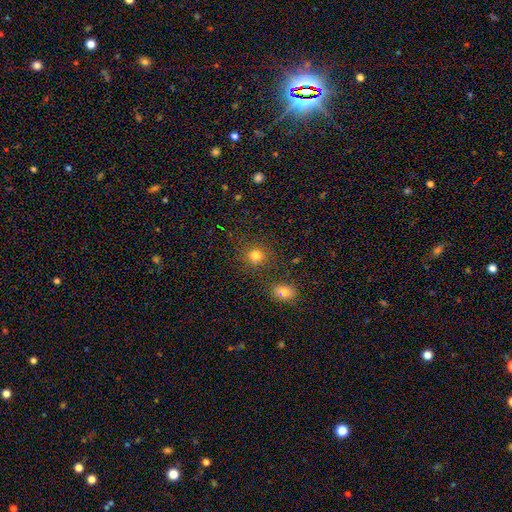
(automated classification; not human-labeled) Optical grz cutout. It shows a smooth galaxy with no disk features (79%) that is round (82%). Merging: none (80%).